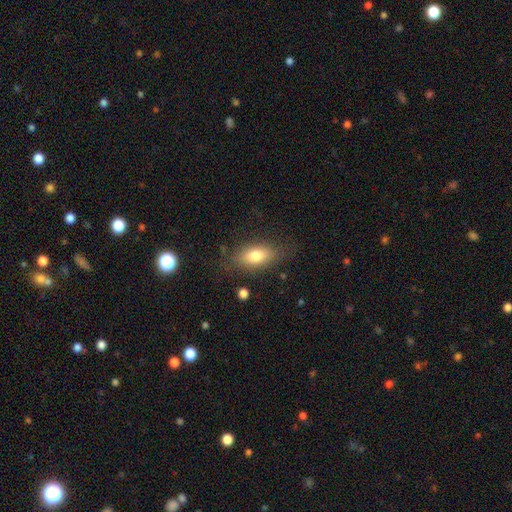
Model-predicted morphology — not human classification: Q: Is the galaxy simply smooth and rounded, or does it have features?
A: smooth — 76%.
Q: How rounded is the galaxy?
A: in between — 84%.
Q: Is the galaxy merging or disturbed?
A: none — 77%.